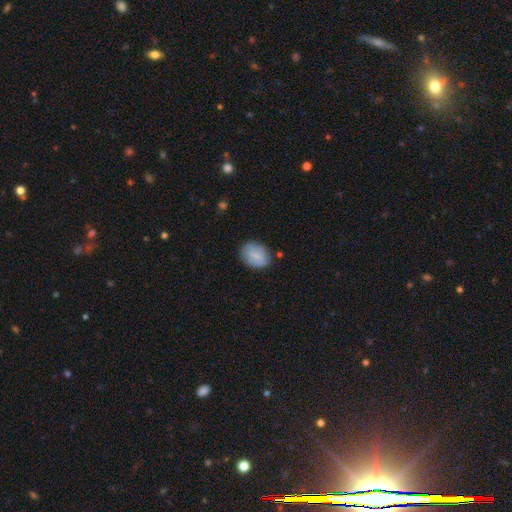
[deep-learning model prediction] A smooth galaxy with no disk features (71%) that is in between round and cigar-shaped (63%). Merging: none (76%).